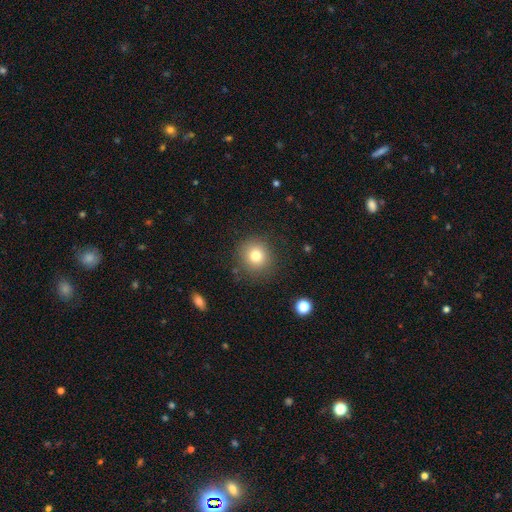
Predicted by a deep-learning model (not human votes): smooth-or-featured: smooth: 78% | star or artifact: 13% | featured or disk: 9%
  how-rounded: round: 90% | in between: 9% | cigar-shaped: 1%
  merging: none: 86% | minor disturbance: 9% | major disturbance: 4% | merger: 2%